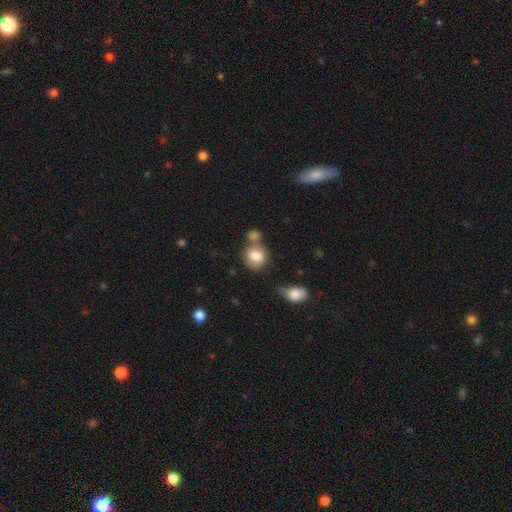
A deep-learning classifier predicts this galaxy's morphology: This appears to be a smooth galaxy with no disk features (81%) that is round (75%). Merging: none (48%).